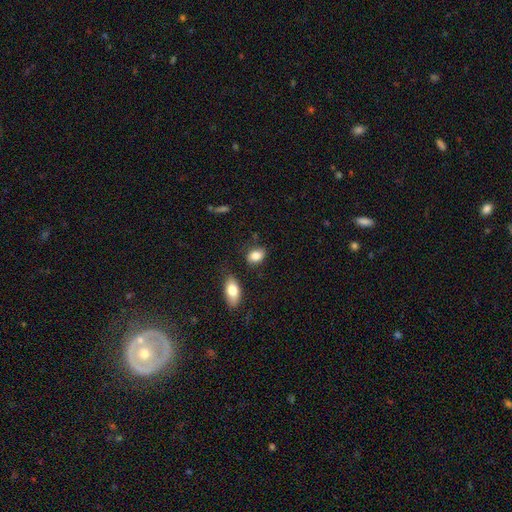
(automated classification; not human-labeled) This is clearly a smooth galaxy (83%). How rounded: likely in between (79%). Merging: likely none (73%).